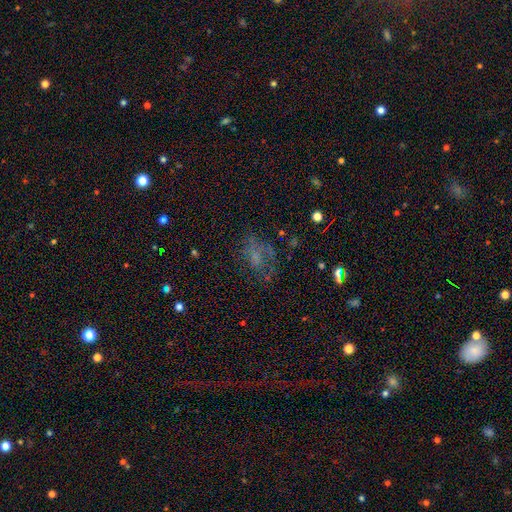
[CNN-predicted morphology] Smooth or featured: featured or disk — 38% (tied with smooth — 38%)
Merging: none — 43% (major disturbance — 33%)